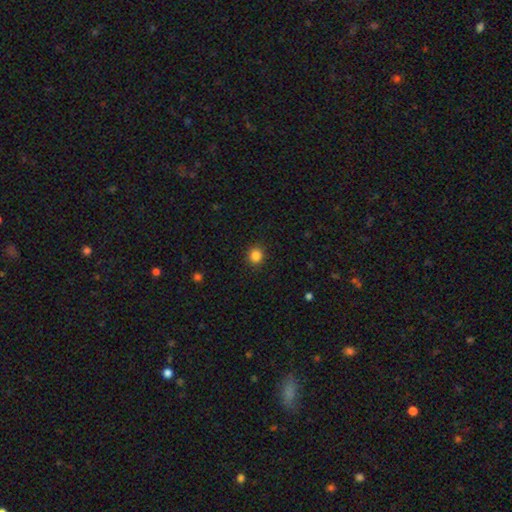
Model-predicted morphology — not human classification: Smooth or featured? Predicted: smooth (p=0.85). How rounded? Predicted: round (p=0.88). Merging? Predicted: none (p=0.92).